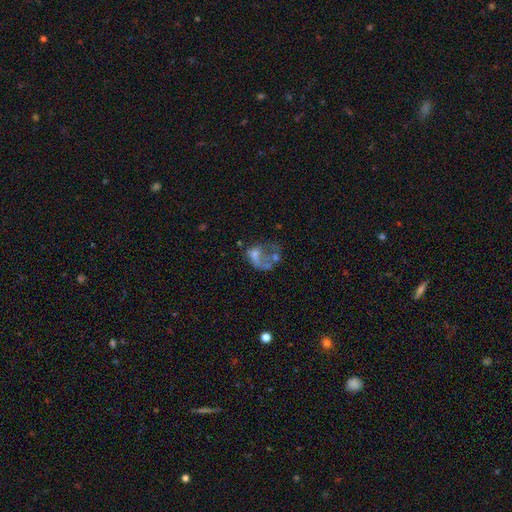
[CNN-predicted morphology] This is possibly a featured or disk galaxy (48%). Merging: marginally major disturbance (43%).